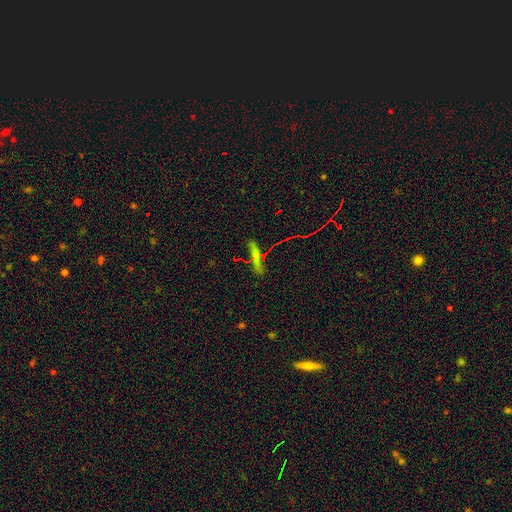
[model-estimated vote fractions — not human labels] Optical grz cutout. It shows a smooth galaxy with no disk features (55%) that is cigar-shaped (81%). Merging: none (73%).